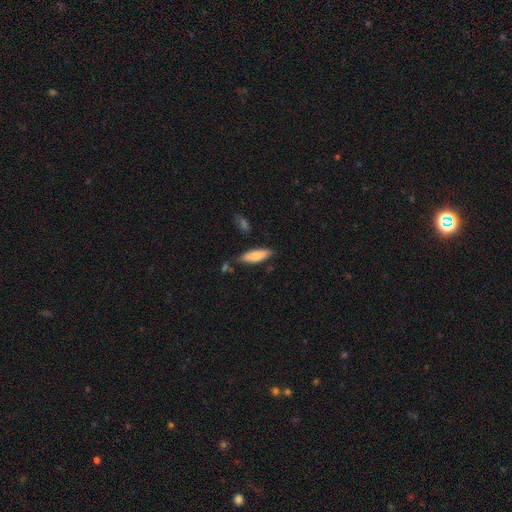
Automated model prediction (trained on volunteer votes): A smooth galaxy with no disk features (79%) that is cigar-shaped (50%).

Vote fractions:
- Smooth or featured? smooth: 79% / featured or disk: 15% / star or artifact: 6%
- How rounded? cigar-shaped: 50% / in between: 48% / round: 2%
- Merging? none: 78% / minor disturbance: 15% / merger: 4% / major disturbance: 3%